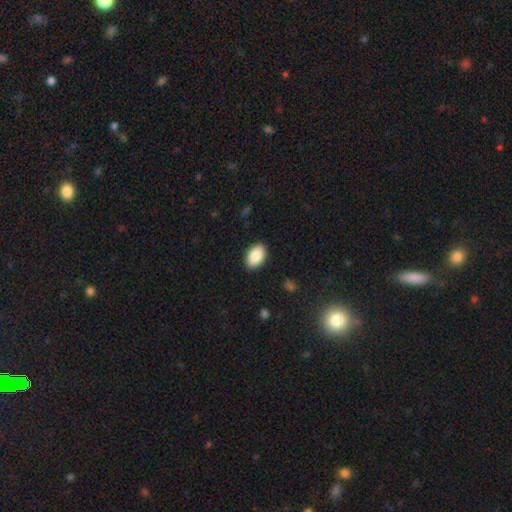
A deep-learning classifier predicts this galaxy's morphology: The model was most divided on "how rounded": in between: 90%, round: 9%, cigar-shaped: 1%. More confident: merging — none (89%); smooth or featured — smooth (87%).